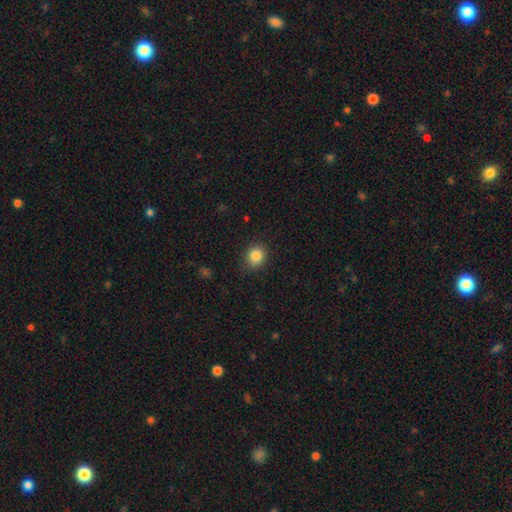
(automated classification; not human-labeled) Smooth or featured? Predicted: smooth (p=0.85). How rounded? Predicted: round (p=0.78). Merging? Predicted: none (p=0.85).